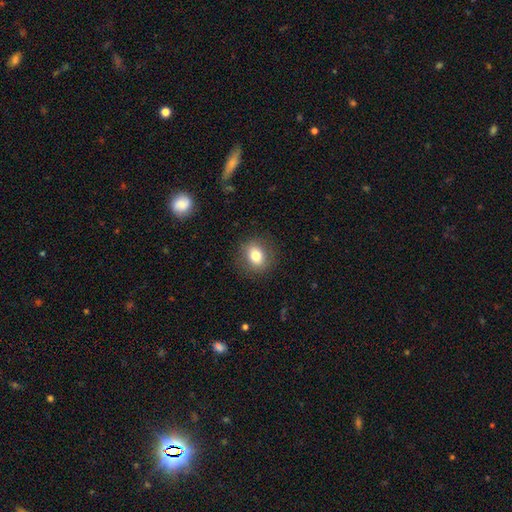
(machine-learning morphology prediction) A smooth galaxy with no disk features (79%) that is round (55%). Merging: none (86%).